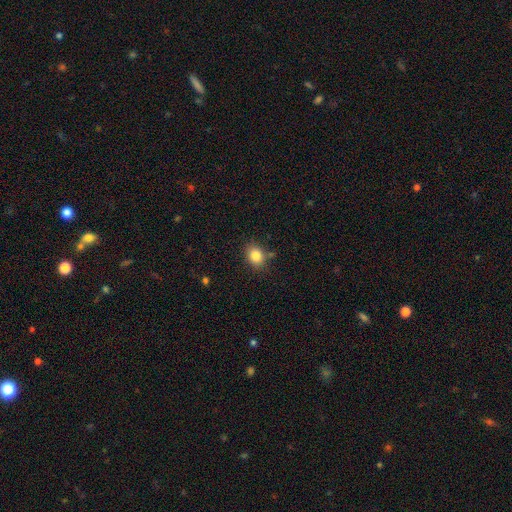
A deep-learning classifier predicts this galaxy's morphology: Overall: smooth (83%). How rounded: round (53%; in between 46%). Merging: none (80%).